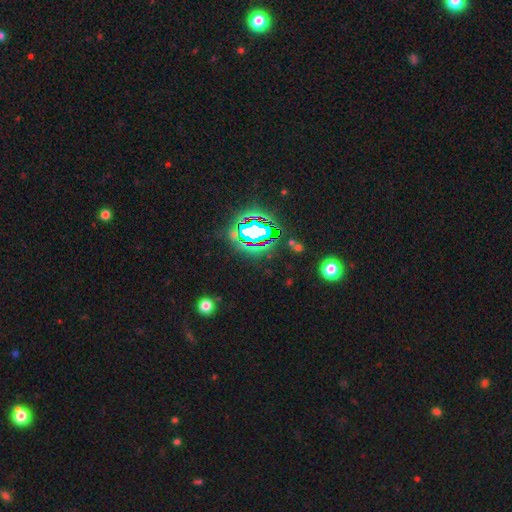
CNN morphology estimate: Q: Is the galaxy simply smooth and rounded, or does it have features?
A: star or artifact — 82%.